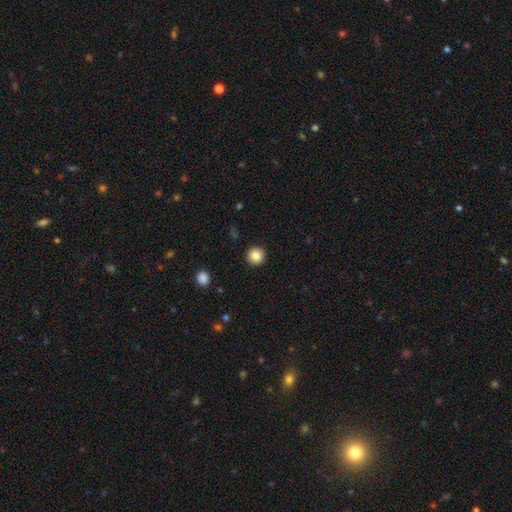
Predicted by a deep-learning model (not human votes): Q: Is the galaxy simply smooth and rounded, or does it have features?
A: smooth — 85%.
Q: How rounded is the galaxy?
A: round — 95%.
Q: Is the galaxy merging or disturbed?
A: none — 92%.